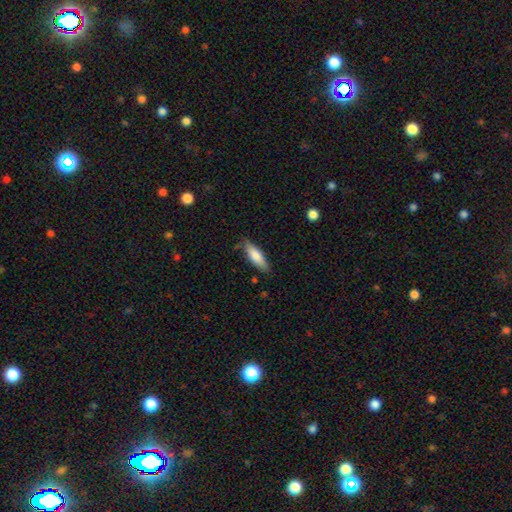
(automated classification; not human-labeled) Smooth or featured? smooth (79%)
How rounded? in between (56%)
Merging? none (75%)